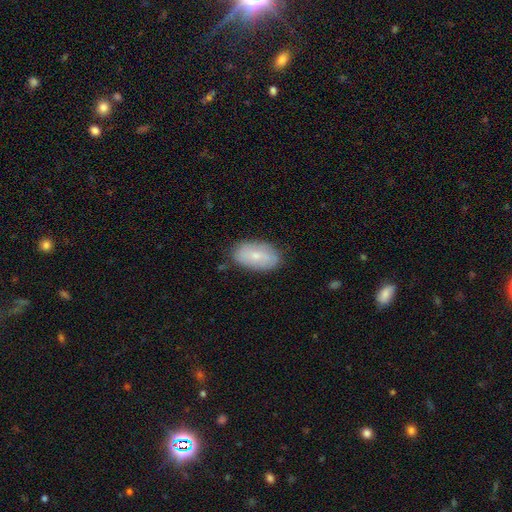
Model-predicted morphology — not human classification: Smooth or featured?
  - smooth: 66% *
  - featured or disk: 28%
  - star or artifact: 7%
How rounded?
  - in between: 94% *
  - round: 4%
  - cigar-shaped: 2%
Merging?
  - none: 79% *
  - minor disturbance: 16%
  - major disturbance: 3%
  - merger: 1%